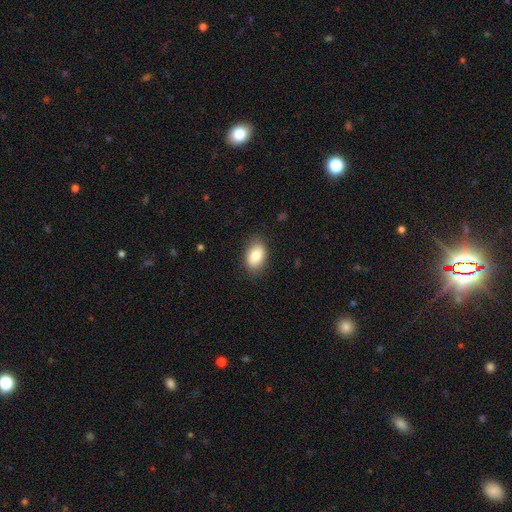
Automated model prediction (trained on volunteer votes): This appears to be a smooth galaxy with no disk features (83%) that is in between round and cigar-shaped (87%). Merging: none (84%).